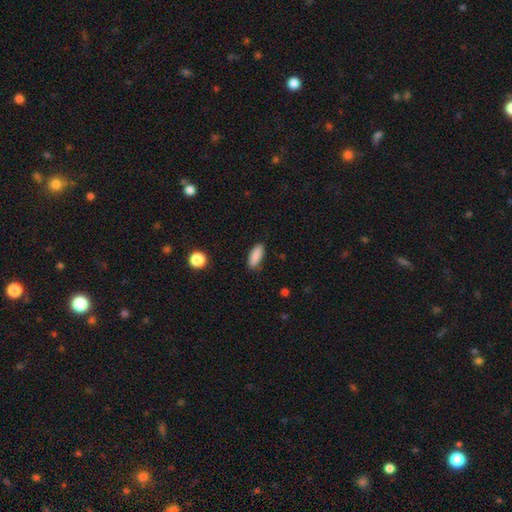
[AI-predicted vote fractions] Smooth or featured?
  - smooth: 88% *
  - star or artifact: 7%
  - featured or disk: 4%
How rounded?
  - in between: 73% *
  - cigar-shaped: 25%
  - round: 2%
Merging?
  - none: 86% *
  - minor disturbance: 11%
  - major disturbance: 2%
  - merger: 1%